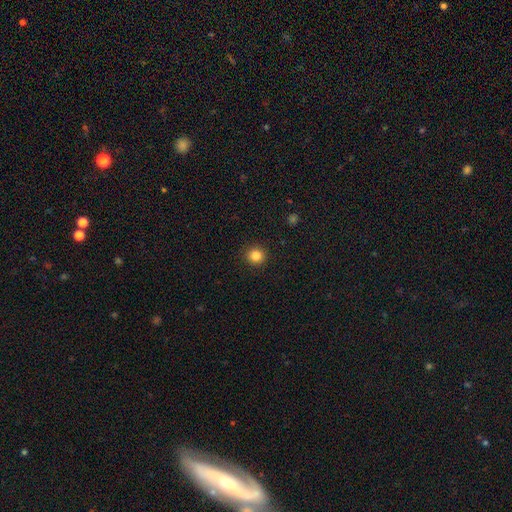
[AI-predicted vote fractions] Overall: smooth (84%). How rounded: round (94%). Merging: none (92%).